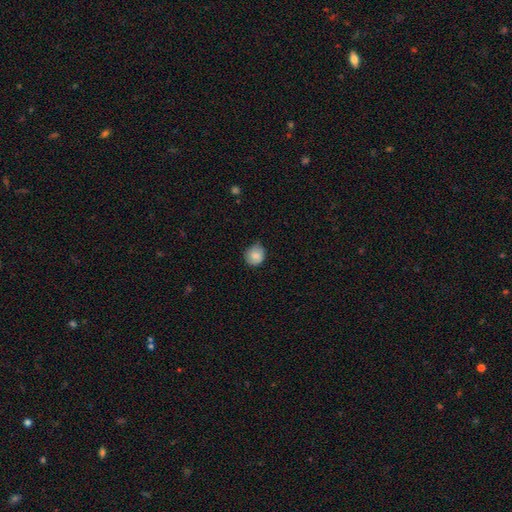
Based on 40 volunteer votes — A smooth galaxy with no disk features (75%) that is round (83%).

Vote fractions:
- Smooth or featured? smooth: 75% / featured or disk: 15% / star or artifact: 10%
- How rounded? round: 83% / in between: 17% / cigar-shaped: 0%
- Merging? none: 67% / minor disturbance: 28% / major disturbance: 6% / merger: 0%